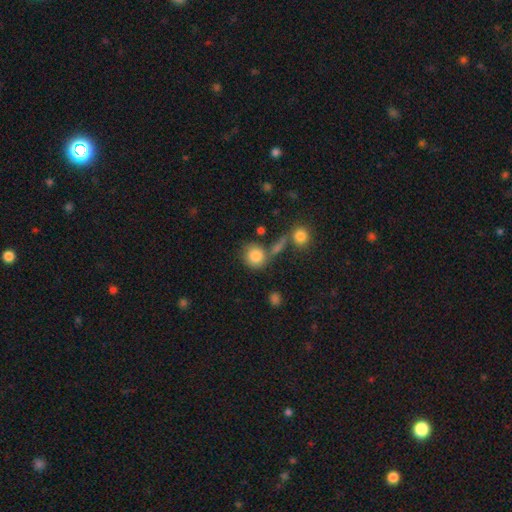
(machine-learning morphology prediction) Q: Smooth or featured?
A: smooth (84%); runner-up: star or artifact (9%)
Q: How rounded?
A: round (83%); runner-up: in between (16%)
Q: Merging?
A: none (61%); runner-up: merger (19%)